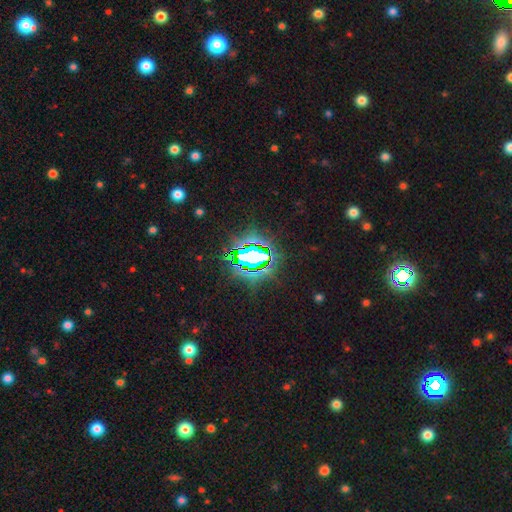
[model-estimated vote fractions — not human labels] Smooth or featured? Predicted: star or artifact (p=0.78).